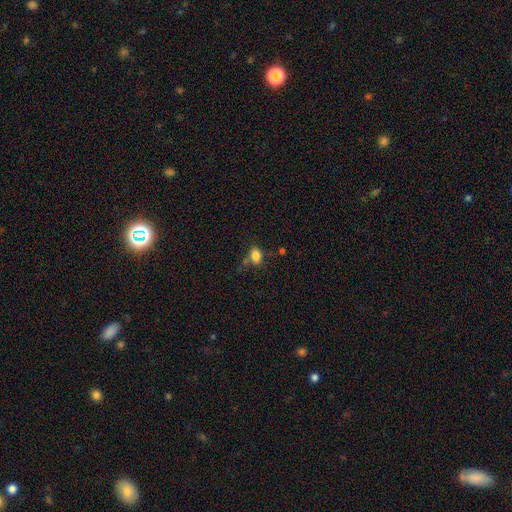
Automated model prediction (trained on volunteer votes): A smooth galaxy with no disk features (81%) that is in between round and cigar-shaped (78%).

Vote fractions:
- Smooth or featured? smooth: 81% / star or artifact: 11% / featured or disk: 8%
- How rounded? in between: 78% / round: 20% / cigar-shaped: 2%
- Merging? none: 57% / minor disturbance: 24% / major disturbance: 11% / merger: 9%